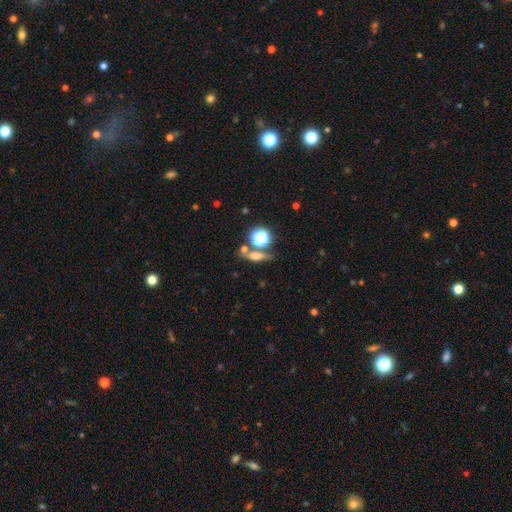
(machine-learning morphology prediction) Q: Smooth or featured?
A: smooth (52%); runner-up: featured or disk (27%)
Q: How rounded?
A: cigar-shaped (39%); runner-up: in between (31%)
Q: Merging?
A: none (66%); runner-up: merger (17%)